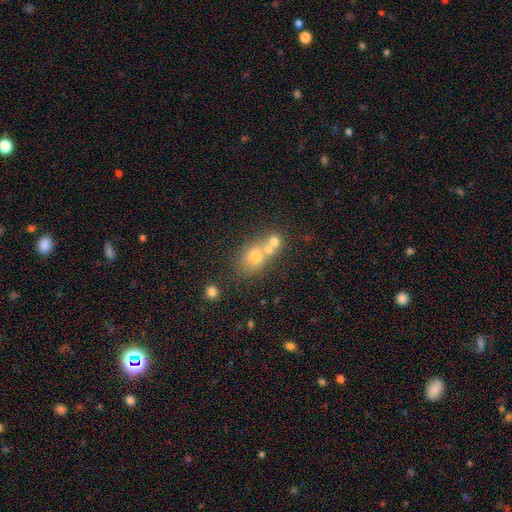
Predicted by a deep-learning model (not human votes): This is likely a smooth galaxy (63%). How rounded: possibly round (57%). Merging: possibly merger (51%).